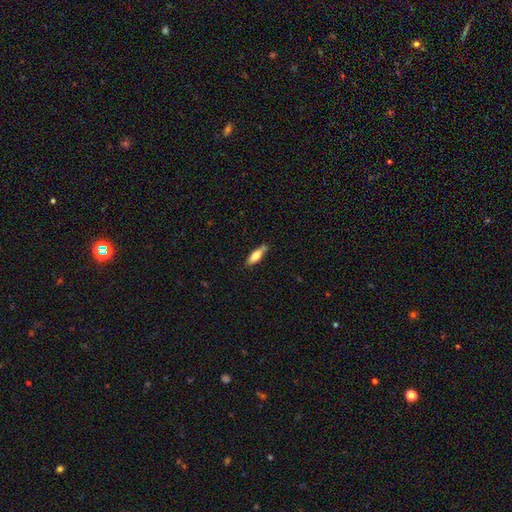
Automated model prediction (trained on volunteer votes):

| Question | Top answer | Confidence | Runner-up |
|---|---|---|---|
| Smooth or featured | smooth | 67% | featured or disk (26%) |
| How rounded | in between | 49% | tied: cigar-shaped (49%) |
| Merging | none | 74% | minor disturbance (19%) |